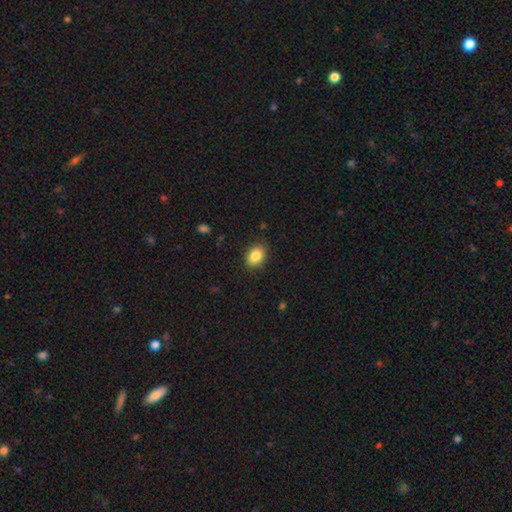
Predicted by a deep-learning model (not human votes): smooth_or_featured: smooth (p=0.85) [alt: star or artifact p=0.08]
how_rounded: in between (p=0.70) [alt: round p=0.29]
merging: none (p=0.87) [alt: minor disturbance p=0.10]